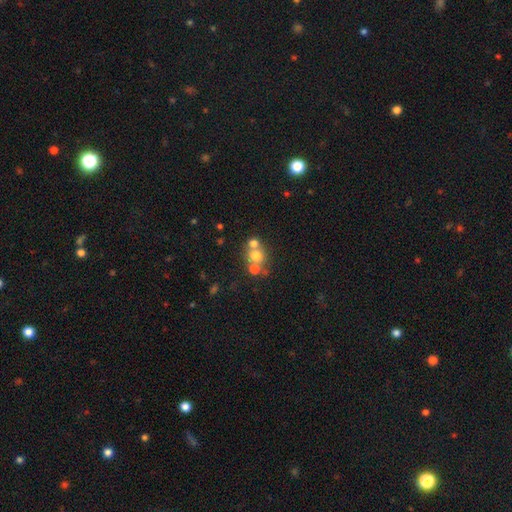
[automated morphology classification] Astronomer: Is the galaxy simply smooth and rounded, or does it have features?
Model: smooth — 66%.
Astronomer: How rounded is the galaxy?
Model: round — 82%.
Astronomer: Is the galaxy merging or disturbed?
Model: none — 45% (runner-up: merger, 43%).